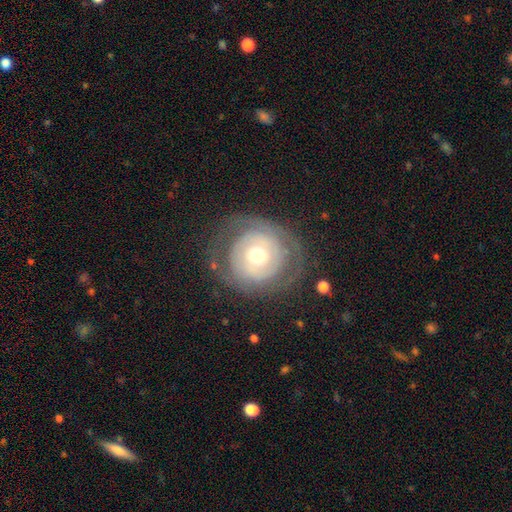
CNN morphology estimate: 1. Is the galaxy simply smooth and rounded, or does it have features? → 65% featured or disk, 29% smooth, 7% star or artifact.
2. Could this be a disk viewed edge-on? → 96% no, 4% yes.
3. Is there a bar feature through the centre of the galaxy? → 78% no, 16% weak, 6% strong.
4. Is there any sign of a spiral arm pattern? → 54% yes, 46% no.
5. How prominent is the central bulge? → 67% moderate, 20% small, 10% large, 1% dominant, 1% none.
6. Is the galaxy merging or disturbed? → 73% none, 15% minor disturbance, 11% major disturbance, 1% merger.